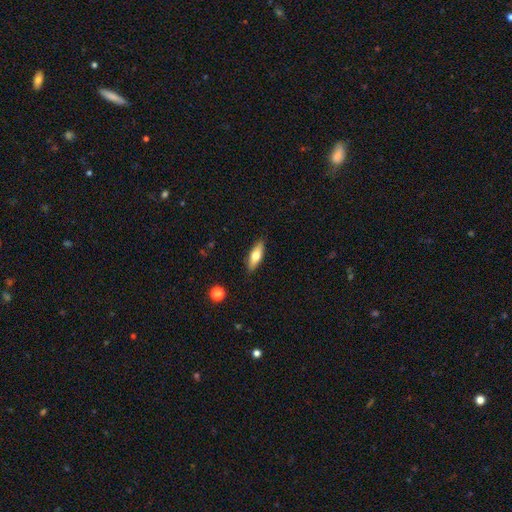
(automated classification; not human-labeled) A smooth galaxy with no disk features (57%) that is in between round and cigar-shaped (54%).

Vote fractions:
- Smooth or featured? smooth: 57% / featured or disk: 37% / star or artifact: 7%
- How rounded? in between: 54% / cigar-shaped: 43% / round: 3%
- Merging? none: 87% / minor disturbance: 9% / major disturbance: 2% / merger: 1%